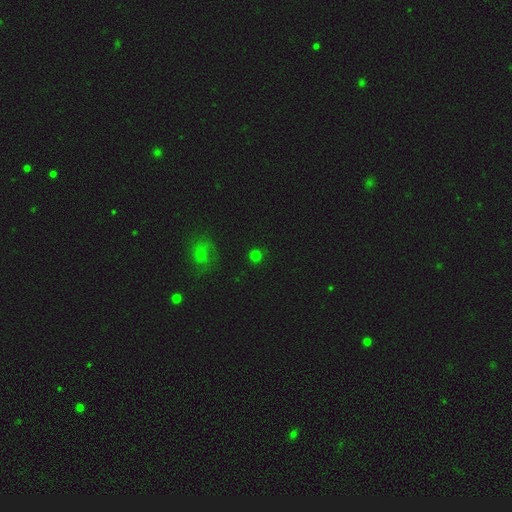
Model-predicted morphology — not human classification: Overall: smooth (74%). How rounded: round (93%). Merging: none (89%).